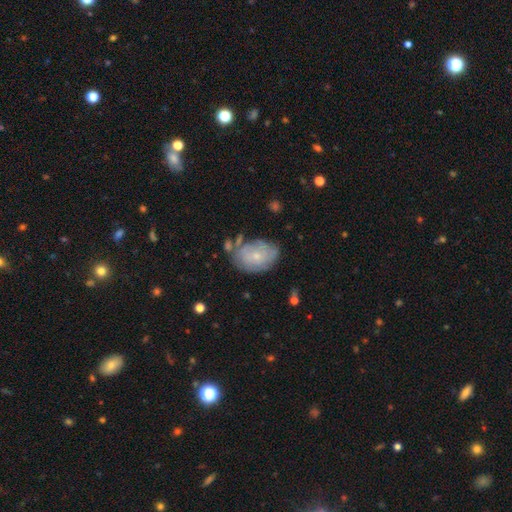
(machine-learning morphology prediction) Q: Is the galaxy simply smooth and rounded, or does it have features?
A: smooth — 49%.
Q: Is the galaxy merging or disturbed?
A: none — 59%.